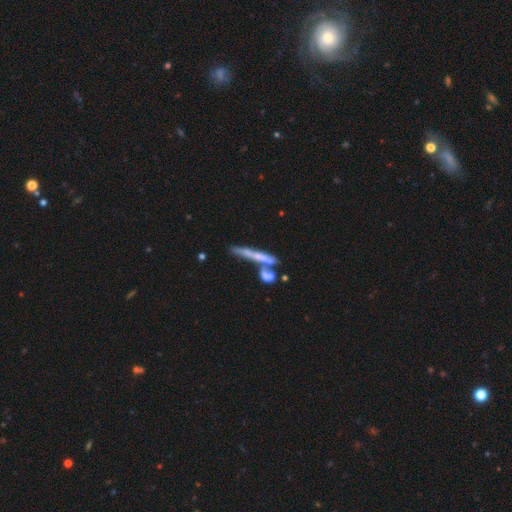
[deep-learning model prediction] Smooth or featured? featured or disk (51%)
Edge-on disk? yes (77%)
Merging? none (49%)